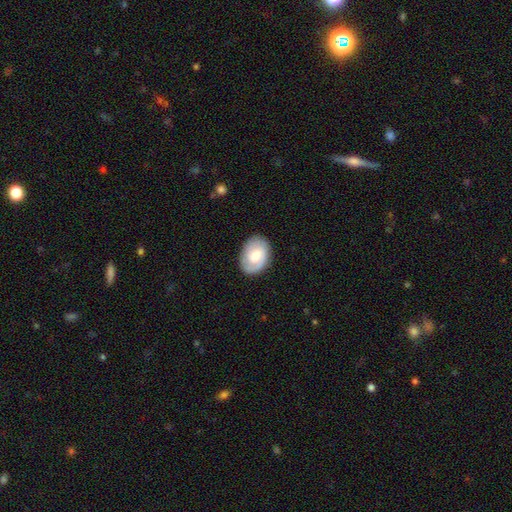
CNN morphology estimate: Smooth or featured? smooth (49%)
Merging? none (84%)